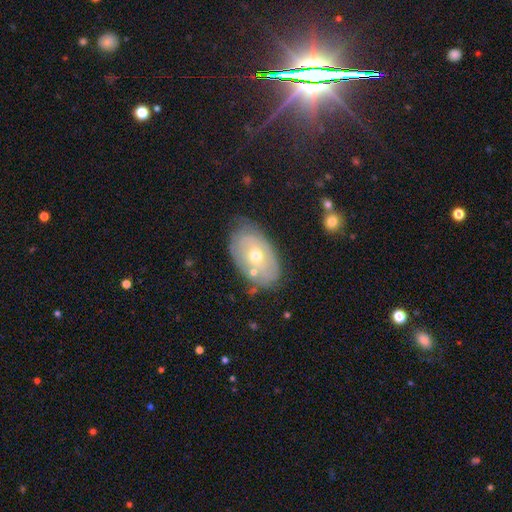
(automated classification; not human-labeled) The model was most divided on "spiral arms": no: 56%, yes: 44%. More confident: edge-on disk — no (91%); bar — no (84%); merging — none (69%); bulge size — moderate (67%); smooth or featured — featured or disk (58%).